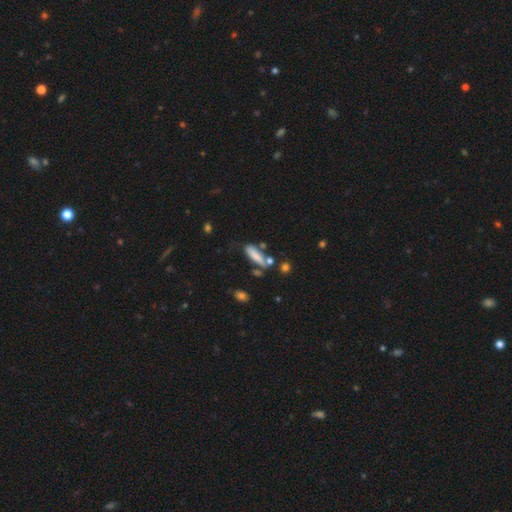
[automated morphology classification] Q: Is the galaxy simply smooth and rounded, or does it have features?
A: smooth — 76%.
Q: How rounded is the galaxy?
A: cigar-shaped — 59%.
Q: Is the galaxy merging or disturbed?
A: none — 53%.